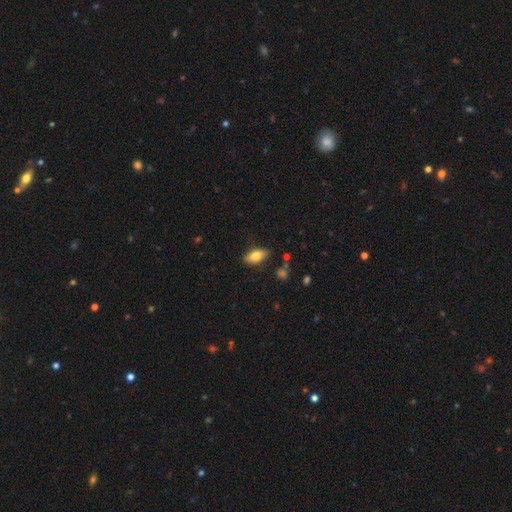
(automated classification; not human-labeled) Q: Smooth or featured?
A: smooth (76%); runner-up: featured or disk (17%)
Q: How rounded?
A: in between (86%); runner-up: cigar-shaped (11%)
Q: Merging?
A: none (84%); runner-up: minor disturbance (12%)